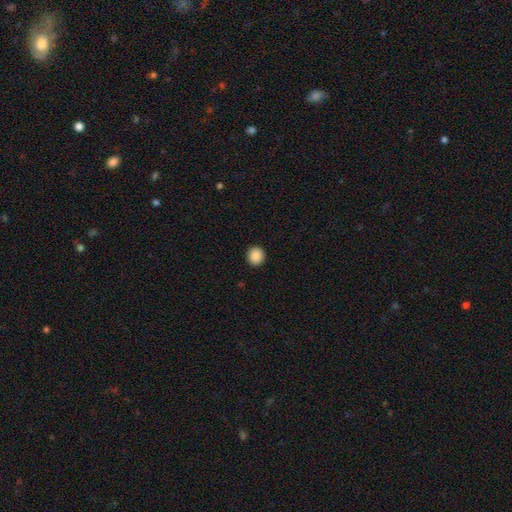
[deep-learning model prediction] Morphology: type=smooth (89%); roundness=round (91%); merging=none (93%).